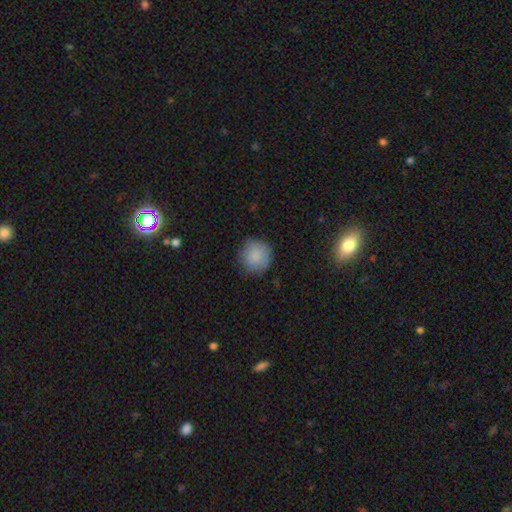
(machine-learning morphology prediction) Smooth or featured: smooth — 86% (star or artifact — 8%)
How rounded: round — 94% (in between — 5%)
Merging: none — 84% (minor disturbance — 12%)